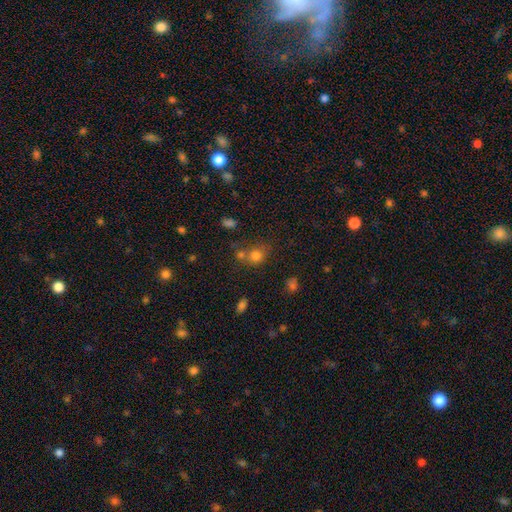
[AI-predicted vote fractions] smooth_or_featured: smooth (p=0.76) [alt: star or artifact p=0.16]
how_rounded: round (p=0.74) [alt: in between p=0.24]
merging: none (p=0.50) [alt: merger p=0.32]